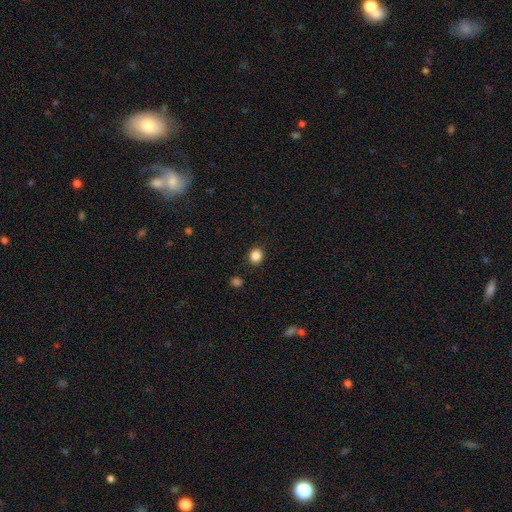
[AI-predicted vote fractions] Q: Smooth or featured?
A: smooth (85%); runner-up: star or artifact (11%)
Q: How rounded?
A: round (76%); runner-up: in between (23%)
Q: Merging?
A: none (89%); runner-up: minor disturbance (7%)